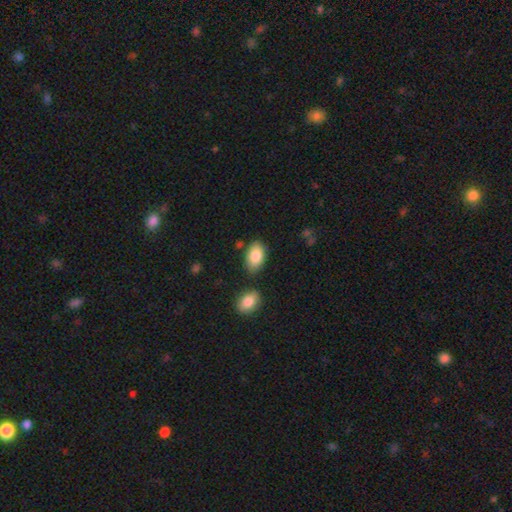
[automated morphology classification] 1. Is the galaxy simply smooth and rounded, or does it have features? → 85% smooth, 9% featured or disk, 6% star or artifact.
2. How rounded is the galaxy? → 94% in between, 4% round, 2% cigar-shaped.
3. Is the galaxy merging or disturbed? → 77% none, 13% minor disturbance, 7% merger, 3% major disturbance.